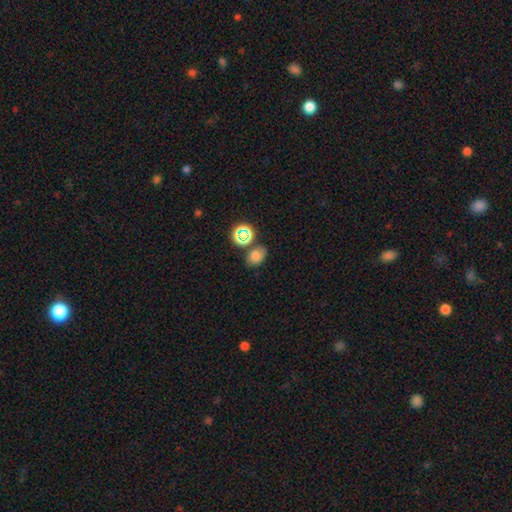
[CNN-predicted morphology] A smooth galaxy with no disk features (71%) that is in between round and cigar-shaped (67%).

Vote fractions:
- Smooth or featured? smooth: 71% / star or artifact: 19% / featured or disk: 10%
- How rounded? in between: 67% / round: 32% / cigar-shaped: 1%
- Merging? none: 70% / minor disturbance: 15% / merger: 11% / major disturbance: 4%